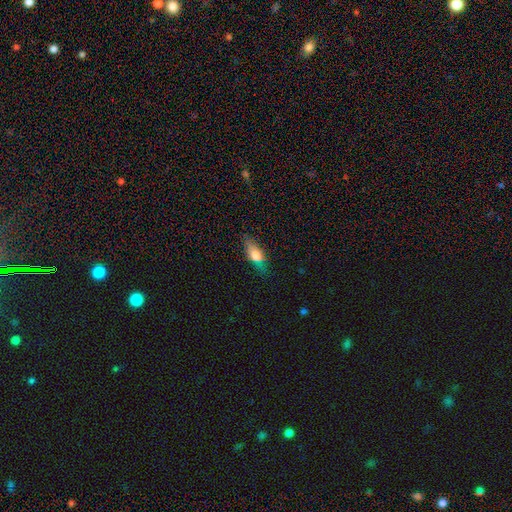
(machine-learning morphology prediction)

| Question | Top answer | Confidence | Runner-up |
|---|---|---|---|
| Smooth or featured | smooth | 62% | featured or disk (28%) |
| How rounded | in between | 69% | cigar-shaped (25%) |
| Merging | none | 74% | minor disturbance (19%) |